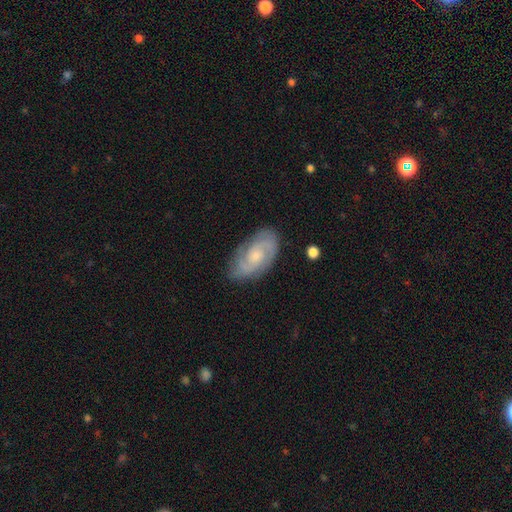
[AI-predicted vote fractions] Smooth or featured? Predicted: featured or disk (p=0.81). Edge-on disk? Predicted: no (p=0.96). Bar? Predicted: no (p=0.62). Spiral arms? Predicted: yes (p=0.96). Spiral winding? Predicted: tight (p=0.53). Spiral arm count? Predicted: 2 (p=0.73). Bulge size? Predicted: small (p=0.52). Merging? Predicted: none (p=0.81).